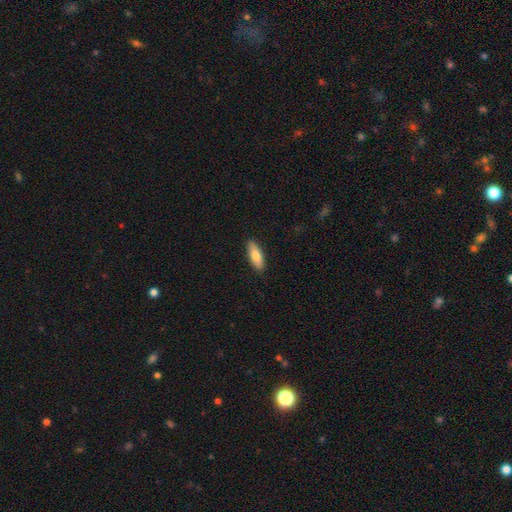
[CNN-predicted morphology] type=smooth (75%); roundness=in between (56%); merging=none (89%).